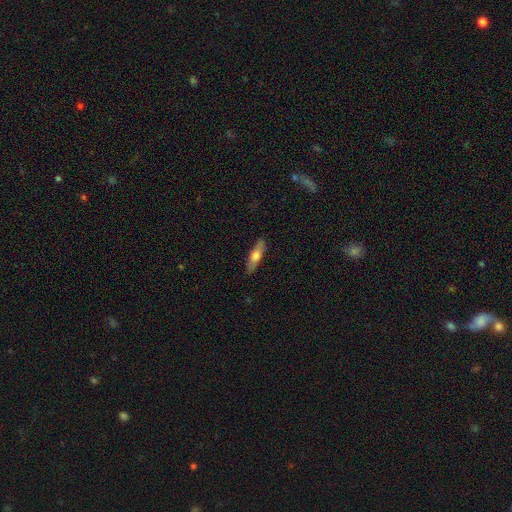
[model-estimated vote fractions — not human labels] This is possibly a smooth galaxy (56%). How rounded: likely cigar-shaped (66%). Merging: clearly none (87%).